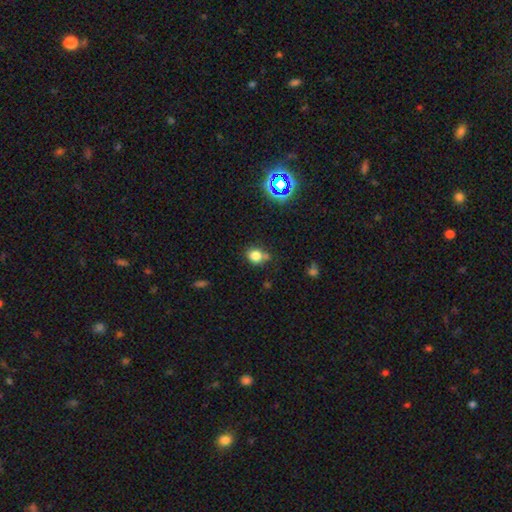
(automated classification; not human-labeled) A smooth galaxy with no disk features (78%) that is round (67%). Merging: none (63%).